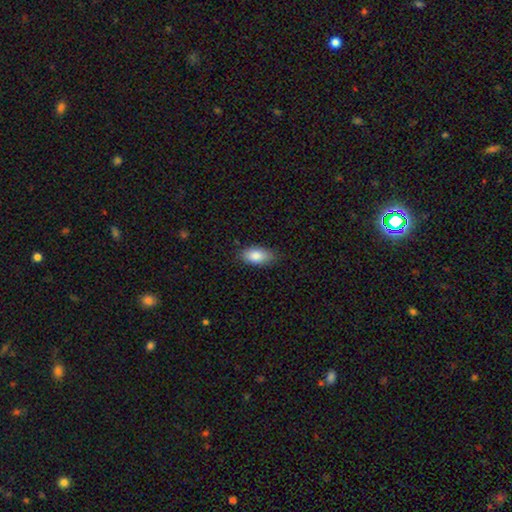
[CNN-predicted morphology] smooth 86%, featured or disk 7%, star or artifact 7%. Down the decision tree: how rounded — in between (92%); merging — none (82%).